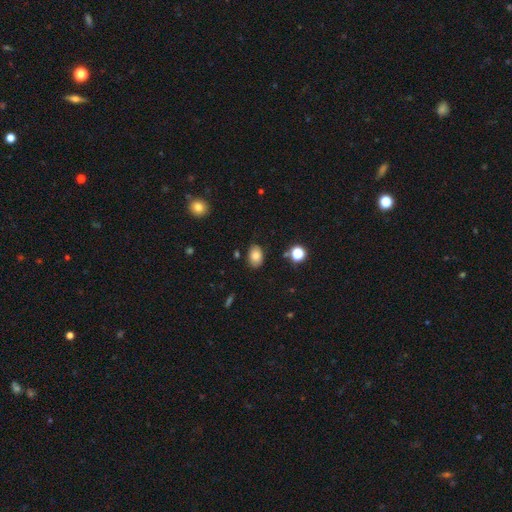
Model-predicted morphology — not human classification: smooth-or-featured: smooth: 81% | star or artifact: 11% | featured or disk: 8%
  how-rounded: in between: 81% | round: 18% | cigar-shaped: 1%
  merging: none: 80% | minor disturbance: 14% | major disturbance: 3% | merger: 3%